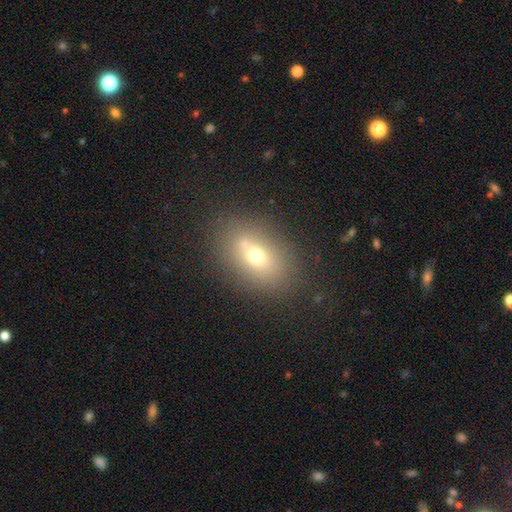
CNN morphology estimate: This appears to be a smooth galaxy with no disk features (64%) that is in between round and cigar-shaped (71%). Merging: none (67%).